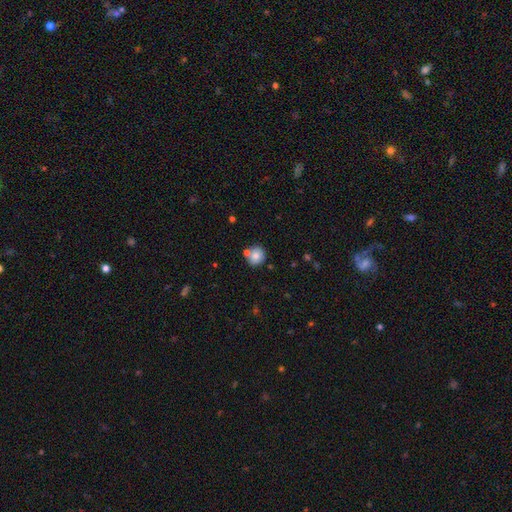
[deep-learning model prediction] Smooth or featured? smooth (79%)
How rounded? round (85%)
Merging? none (70%)